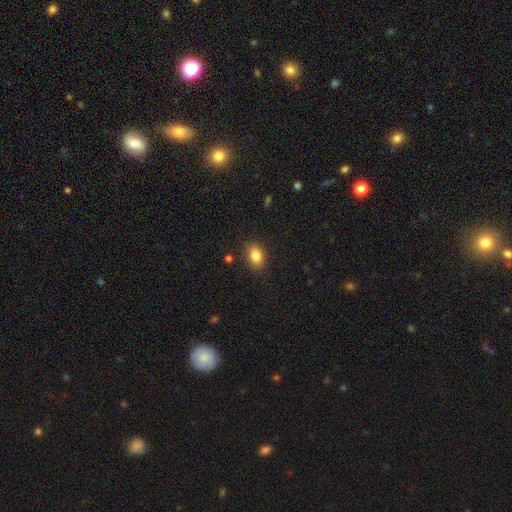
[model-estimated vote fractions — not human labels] Smooth or featured: smooth — 84% (star or artifact — 9%)
How rounded: in between — 79% (round — 19%)
Merging: none — 85% (minor disturbance — 11%)